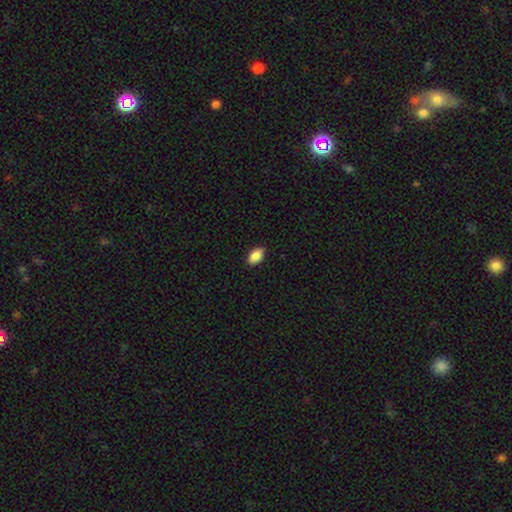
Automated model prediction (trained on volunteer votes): A smooth galaxy with no disk features (87%) that is in between round and cigar-shaped (92%).

Vote fractions:
- Smooth or featured? smooth: 87% / star or artifact: 7% / featured or disk: 6%
- How rounded? in between: 92% / round: 5% / cigar-shaped: 3%
- Merging? none: 87% / minor disturbance: 10% / major disturbance: 2% / merger: 1%